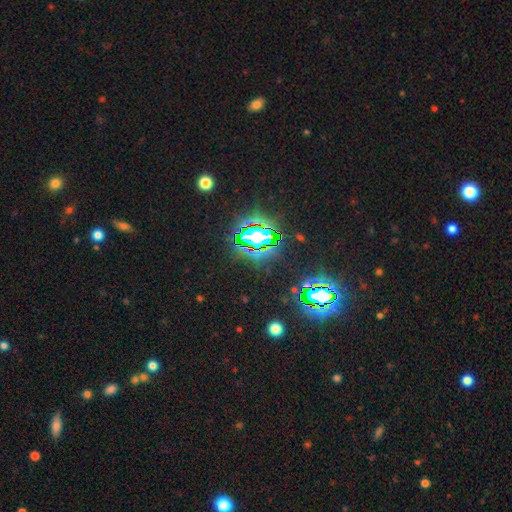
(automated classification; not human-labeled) This appears to be a star or artifact, not a galaxy (81%).